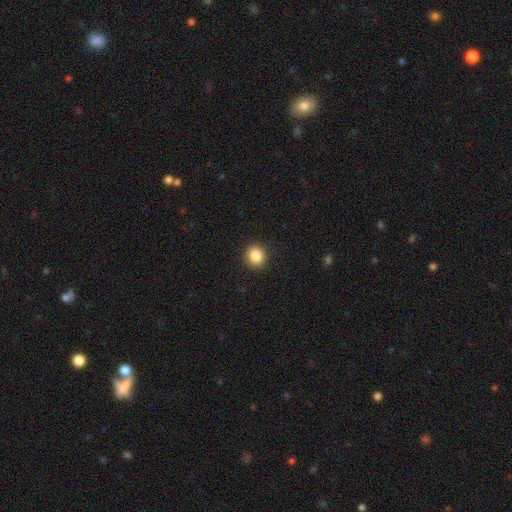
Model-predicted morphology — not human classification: Smooth or featured? smooth (86%)
How rounded? round (87%)
Merging? none (92%)